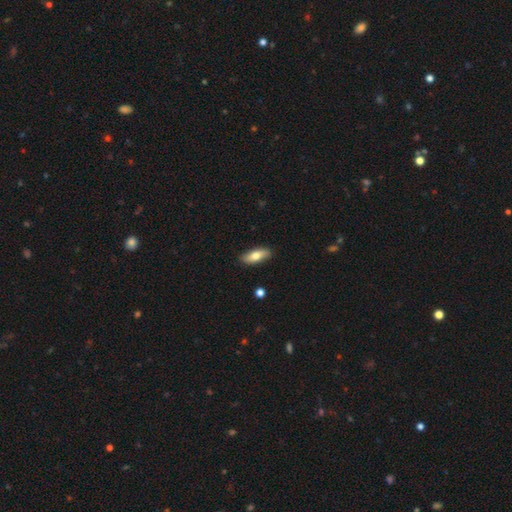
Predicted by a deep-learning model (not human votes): A smooth galaxy with no disk features (74%) that is in between round and cigar-shaped (72%).

Vote fractions:
- Smooth or featured? smooth: 74% / featured or disk: 20% / star or artifact: 6%
- How rounded? in between: 72% / cigar-shaped: 25% / round: 3%
- Merging? none: 88% / minor disturbance: 9% / major disturbance: 2% / merger: 1%